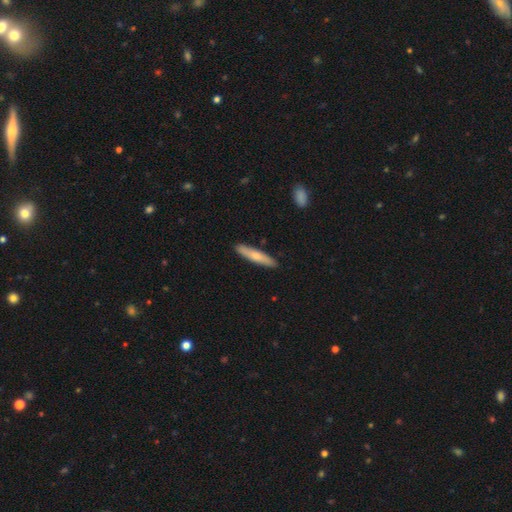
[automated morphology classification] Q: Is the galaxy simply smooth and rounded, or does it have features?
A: smooth — 65%.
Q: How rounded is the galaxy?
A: cigar-shaped — 87%.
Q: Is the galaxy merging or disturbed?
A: none — 90%.